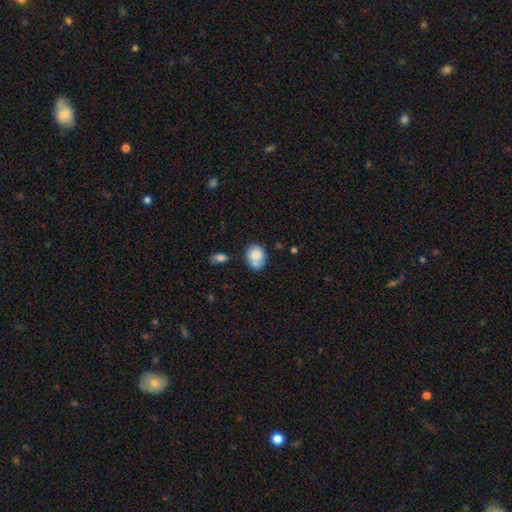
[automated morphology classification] smooth_or_featured: smooth (p=0.76) [alt: featured or disk p=0.16]
how_rounded: round (p=0.54) [alt: in between p=0.45]
merging: none (p=0.49) [alt: merger p=0.23]